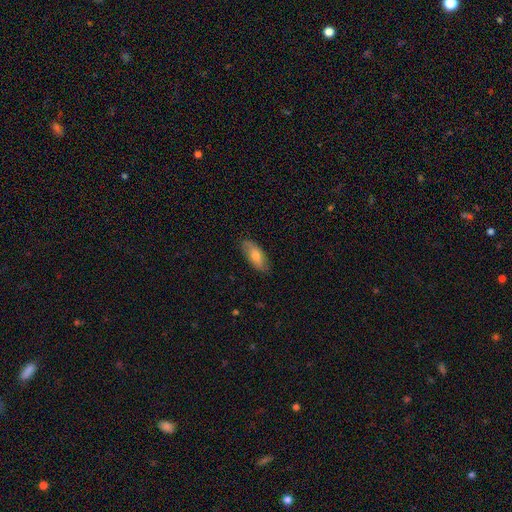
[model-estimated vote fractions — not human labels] smooth 71%, featured or disk 23%, star or artifact 6%. Down the decision tree: how rounded — in between (80%); merging — none (83%).